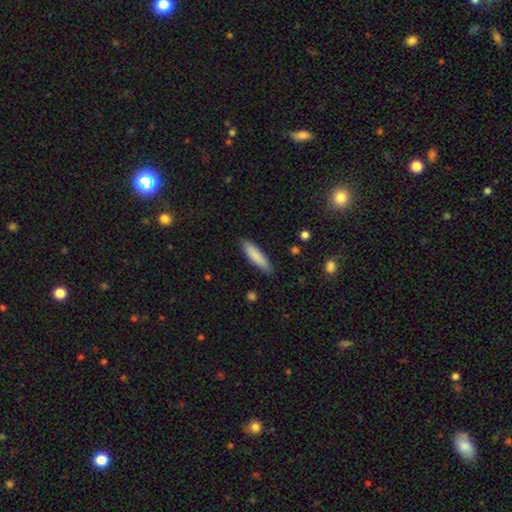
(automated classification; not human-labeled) This is clearly a smooth galaxy (84%). How rounded: likely cigar-shaped (71%). Merging: clearly none (86%).